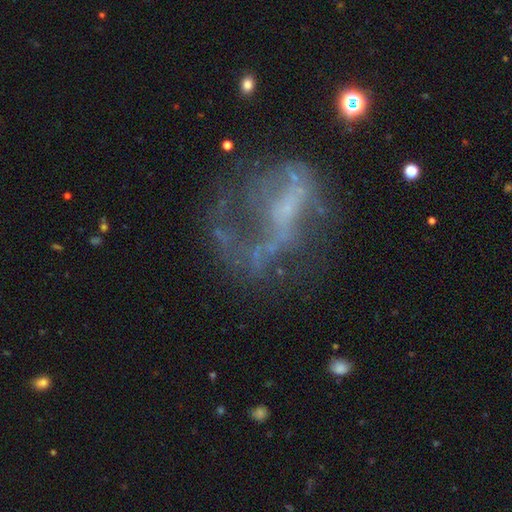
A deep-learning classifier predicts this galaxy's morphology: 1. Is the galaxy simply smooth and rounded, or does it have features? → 64% featured or disk, 19% star or artifact, 17% smooth.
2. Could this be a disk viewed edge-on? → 96% no, 4% yes.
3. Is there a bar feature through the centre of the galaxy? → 65% no, 24% weak, 11% strong.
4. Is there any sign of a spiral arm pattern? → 66% no, 34% yes.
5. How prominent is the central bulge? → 49% none, 37% small, 10% moderate, 2% large, 1% dominant.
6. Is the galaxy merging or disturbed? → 43% major disturbance, 35% none, 14% minor disturbance, 8% merger.